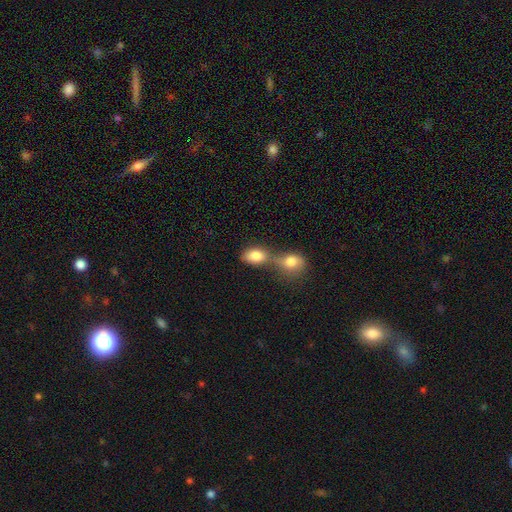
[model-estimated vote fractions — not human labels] Overall: smooth (83%). How rounded: in between (78%). Merging: merger (61%; none 26%).